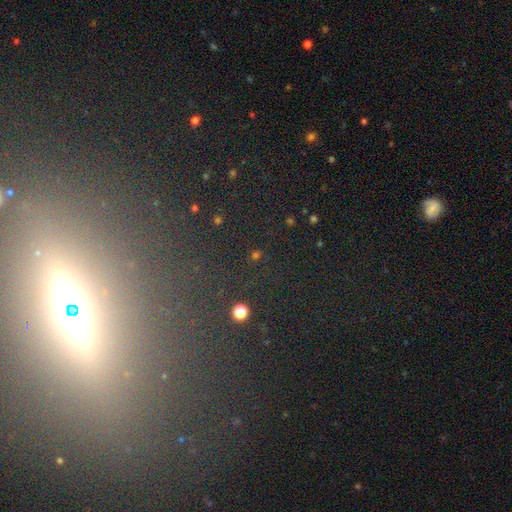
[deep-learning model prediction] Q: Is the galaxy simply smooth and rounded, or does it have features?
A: star or artifact — 61%.